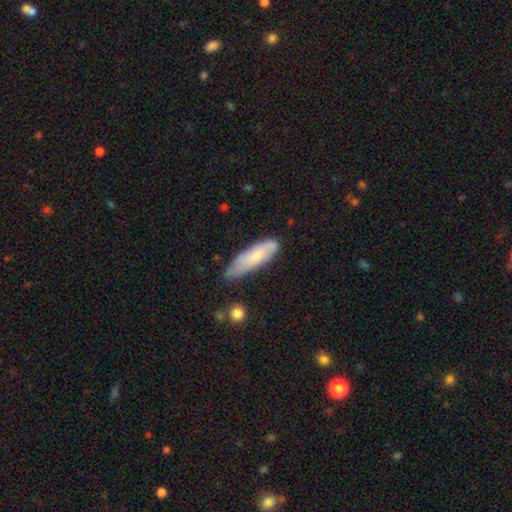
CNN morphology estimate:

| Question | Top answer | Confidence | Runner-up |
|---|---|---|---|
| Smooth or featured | smooth | 67% | featured or disk (27%) |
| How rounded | cigar-shaped | 54% | in between (45%) |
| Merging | none | 54% | minor disturbance (34%) |